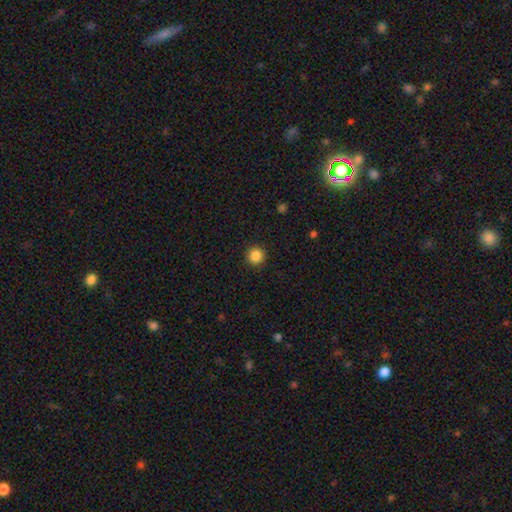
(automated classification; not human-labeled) Overall: smooth (86%). How rounded: round (95%). Merging: none (92%).